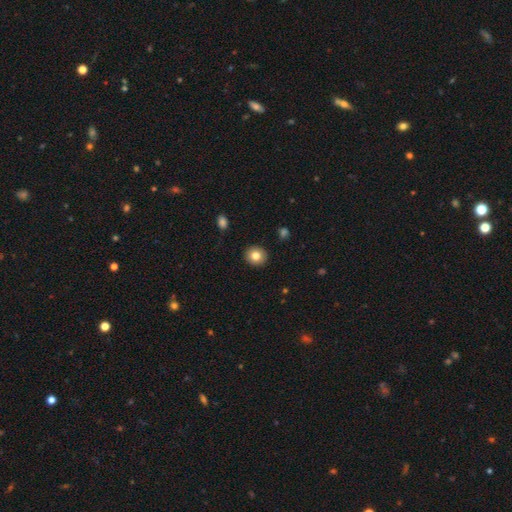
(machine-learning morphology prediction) Smooth or featured? smooth (81%)
How rounded? round (83%)
Merging? none (91%)